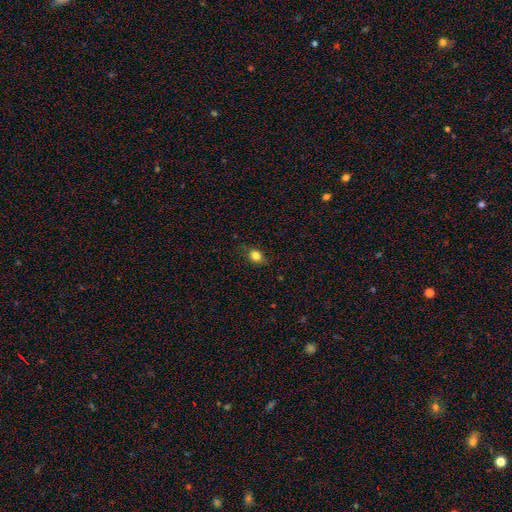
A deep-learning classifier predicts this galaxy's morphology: smooth_or_featured: smooth (p=0.82) [alt: star or artifact p=0.11]
how_rounded: round (p=0.54) [alt: in between p=0.45]
merging: none (p=0.80) [alt: minor disturbance p=0.15]